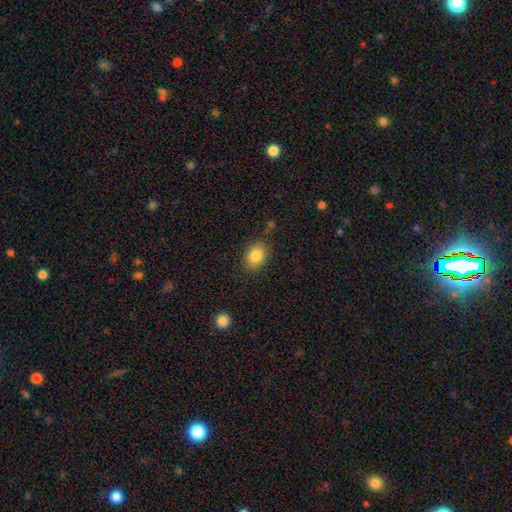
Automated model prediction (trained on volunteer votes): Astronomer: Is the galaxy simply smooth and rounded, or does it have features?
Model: smooth — 85%.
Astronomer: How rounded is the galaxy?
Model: in between — 65%.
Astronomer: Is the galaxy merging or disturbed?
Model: none — 83%.